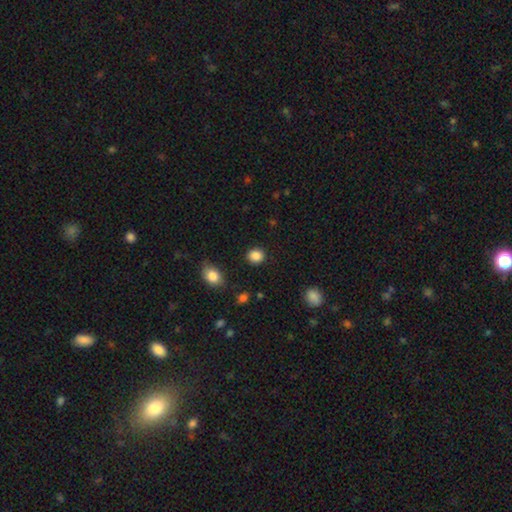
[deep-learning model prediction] Smooth or featured? Predicted: smooth (p=0.87). How rounded? Predicted: round (p=0.81). Merging? Predicted: none (p=0.89).